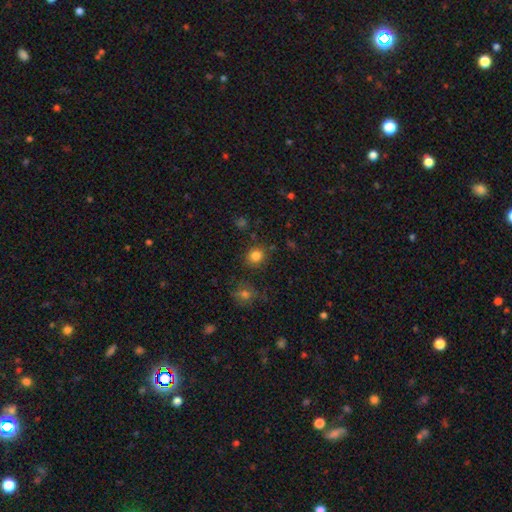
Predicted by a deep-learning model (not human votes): Morphology: type=smooth (82%); roundness=round (79%); merging=none (84%).